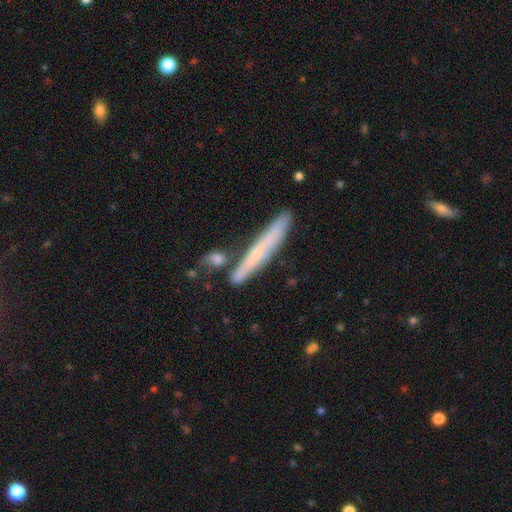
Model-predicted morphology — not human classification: type=smooth (51%); roundness=cigar-shaped (95%); merging=none (71%).